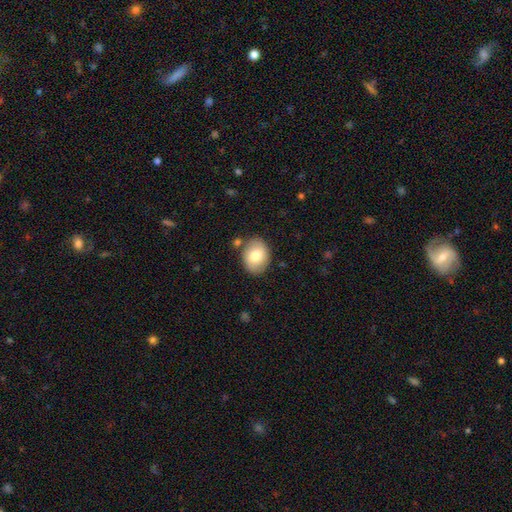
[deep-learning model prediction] Smooth or featured? smooth (76%)
How rounded? in between (60%)
Merging? none (81%)